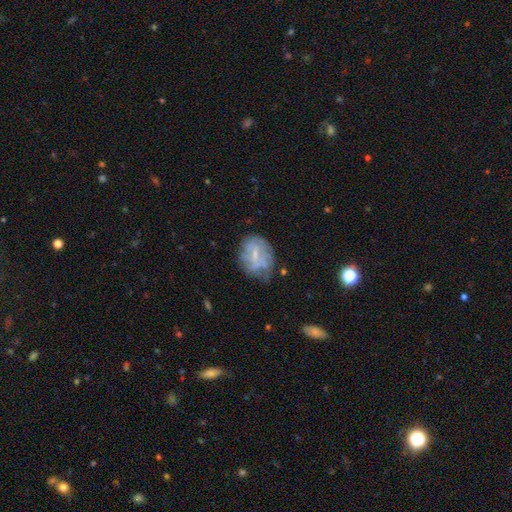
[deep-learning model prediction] A featured or disk galaxy (55%) with a weak bar (48%), no spiral arms (52%) and a small central bulge (57%). Merging: none (51%).